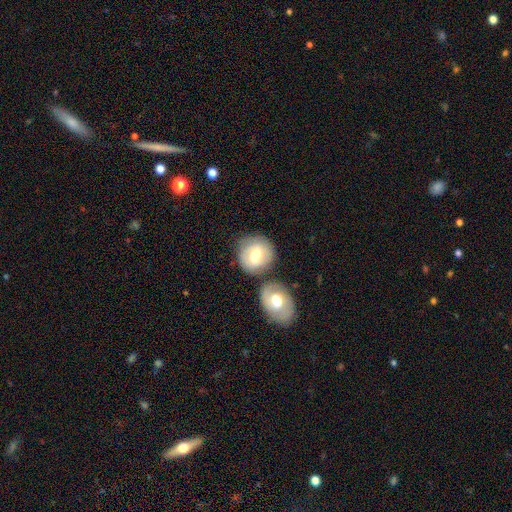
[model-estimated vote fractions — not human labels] A smooth galaxy with no disk features (61%) that is round (77%).

Vote fractions:
- Smooth or featured? smooth: 61% / featured or disk: 32% / star or artifact: 6%
- How rounded? round: 77% / in between: 22% / cigar-shaped: 1%
- Merging? none: 60% / merger: 22% / minor disturbance: 13% / major disturbance: 4%